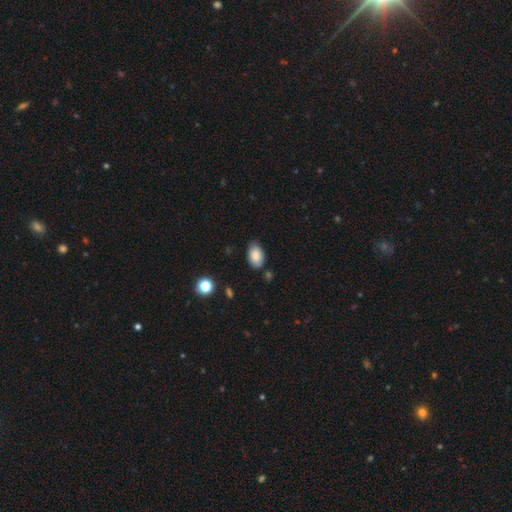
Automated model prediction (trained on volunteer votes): Smooth or featured? smooth (86%)
How rounded? in between (90%)
Merging? none (77%)